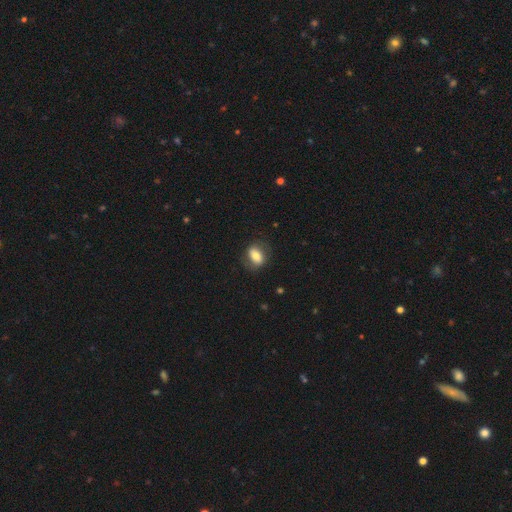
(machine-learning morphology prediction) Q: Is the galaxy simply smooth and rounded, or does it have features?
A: smooth — 63%.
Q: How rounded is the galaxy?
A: in between — 78%.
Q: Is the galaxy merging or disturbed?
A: none — 74%.